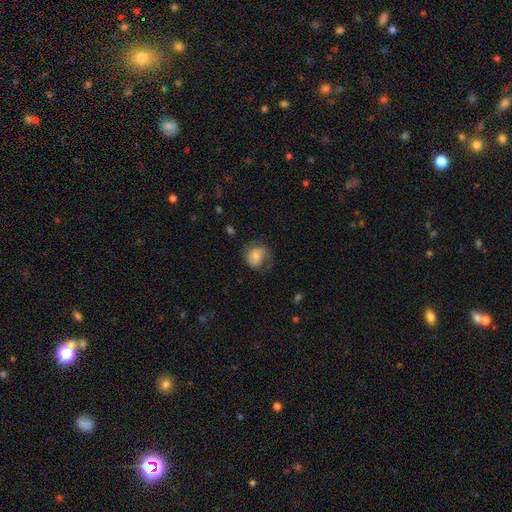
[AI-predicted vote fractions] Smooth or featured? Predicted: smooth (p=0.59). How rounded? Predicted: round (p=0.66). Merging? Predicted: none (p=0.55).